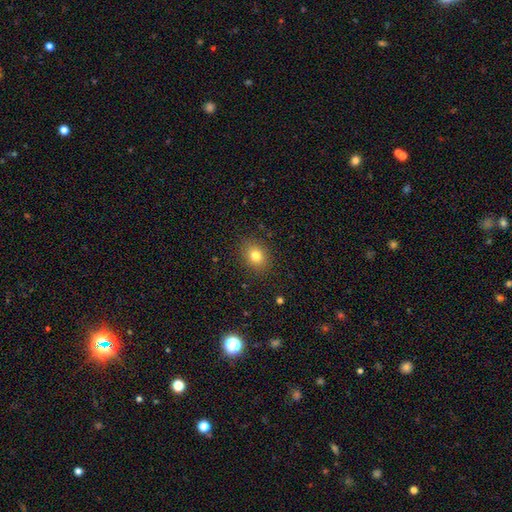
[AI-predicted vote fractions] This appears to be a smooth galaxy with no disk features (79%) that is round (50%). Merging: none (88%).